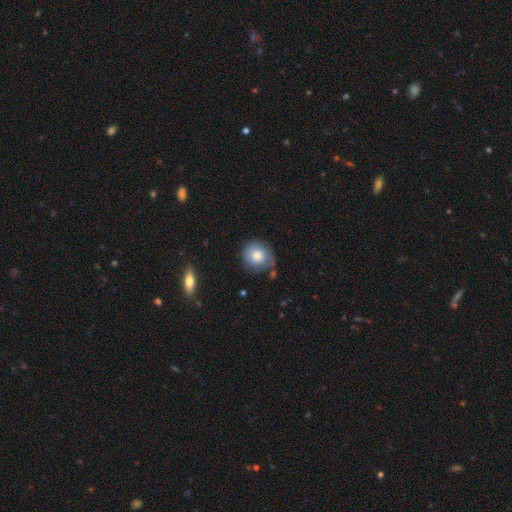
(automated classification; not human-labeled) A smooth galaxy with no disk features (78%) that is round (87%). Merging: none (72%).